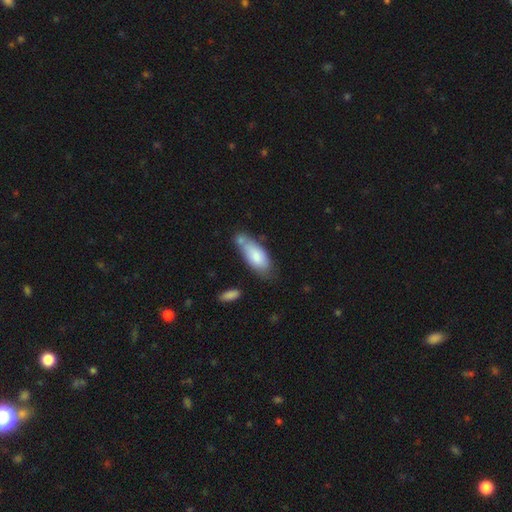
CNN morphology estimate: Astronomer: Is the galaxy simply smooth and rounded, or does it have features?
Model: smooth — 77%.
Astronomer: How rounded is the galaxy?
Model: in between — 78%.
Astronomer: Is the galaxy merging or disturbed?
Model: none — 47% (runner-up: minor disturbance, 24%).